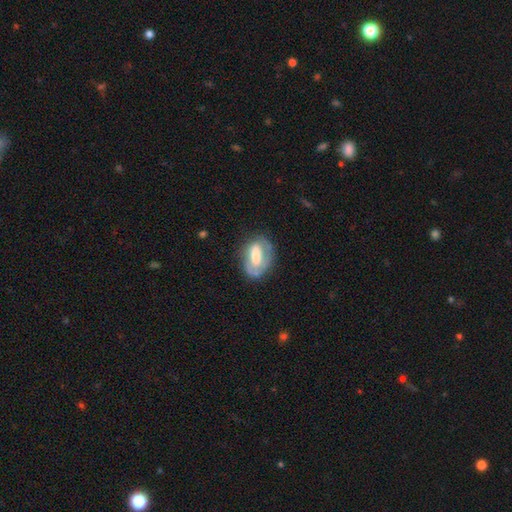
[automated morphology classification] smooth-or-featured: featured or disk: 50% | smooth: 43% | star or artifact: 8%
  merging: none: 57% | minor disturbance: 27% | major disturbance: 14% | merger: 2%